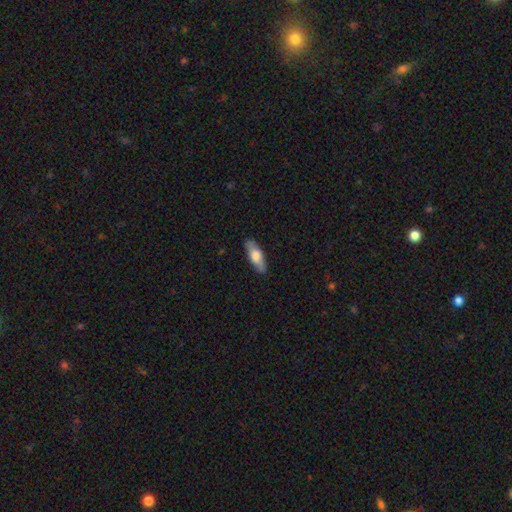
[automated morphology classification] Smooth or featured: smooth — 62% (featured or disk — 32%)
How rounded: in between — 62% (cigar-shaped — 36%)
Merging: none — 86% (minor disturbance — 11%)